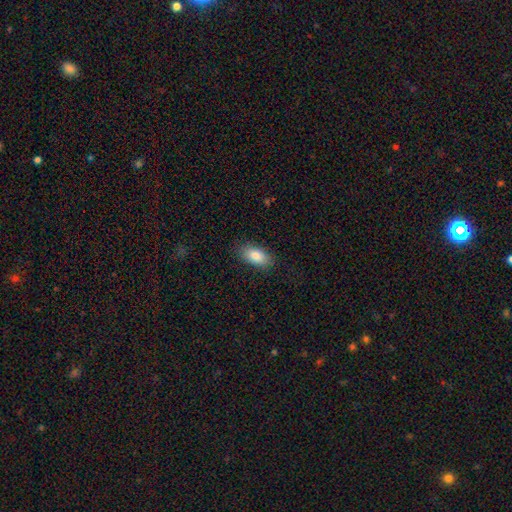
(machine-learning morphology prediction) Q: Smooth or featured?
A: smooth (84%); runner-up: featured or disk (9%)
Q: How rounded?
A: in between (92%); runner-up: round (4%)
Q: Merging?
A: none (86%); runner-up: minor disturbance (11%)